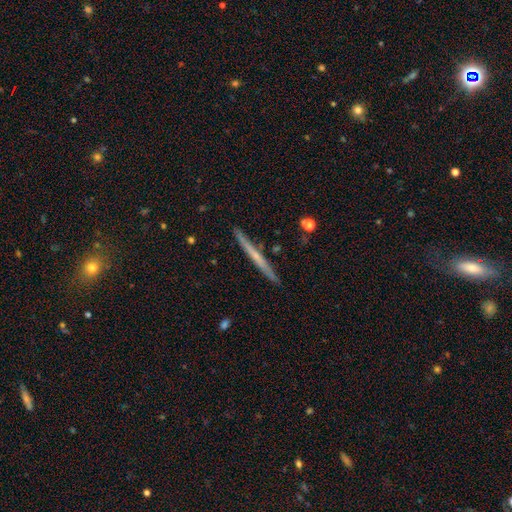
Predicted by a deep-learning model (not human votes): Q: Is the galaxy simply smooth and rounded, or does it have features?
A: featured or disk — 57%.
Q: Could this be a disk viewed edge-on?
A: yes — 97%.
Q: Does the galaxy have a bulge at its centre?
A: none — 73%.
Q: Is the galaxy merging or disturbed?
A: none — 90%.